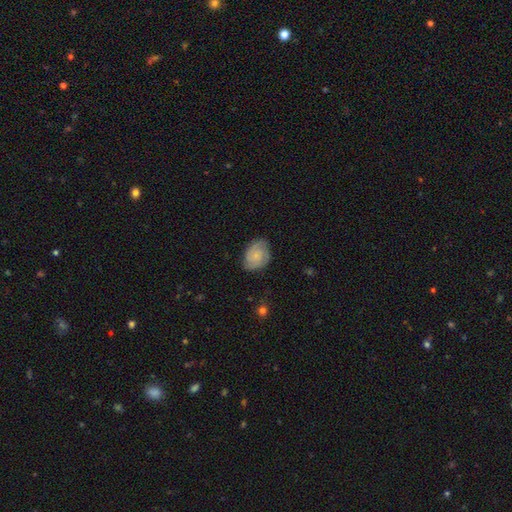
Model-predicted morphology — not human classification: Smooth or featured?
  - smooth: 47% *
  - featured or disk: 45%
  - star or artifact: 7%
Merging?
  - none: 70% *
  - minor disturbance: 23%
  - major disturbance: 6%
  - merger: 1%